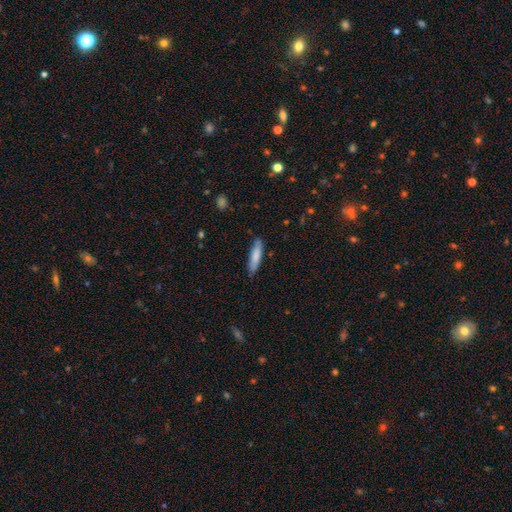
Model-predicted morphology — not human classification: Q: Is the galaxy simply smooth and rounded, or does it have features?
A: smooth — 81%.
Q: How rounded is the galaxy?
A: cigar-shaped — 76%.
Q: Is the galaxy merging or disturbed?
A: none — 83%.